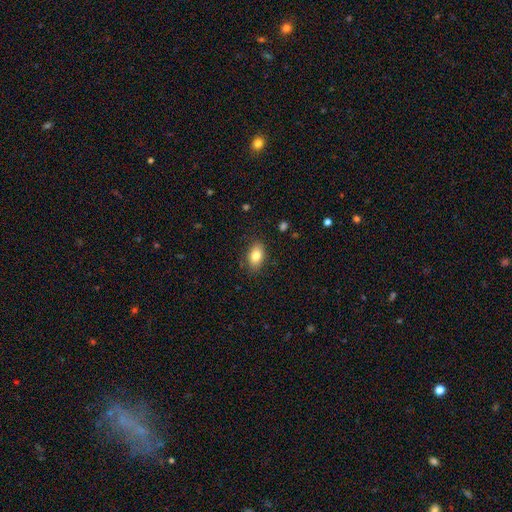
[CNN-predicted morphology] smooth_or_featured: smooth (p=0.81) [alt: featured or disk p=0.11]
how_rounded: in between (p=0.87) [alt: round p=0.11]
merging: none (p=0.84) [alt: minor disturbance p=0.12]